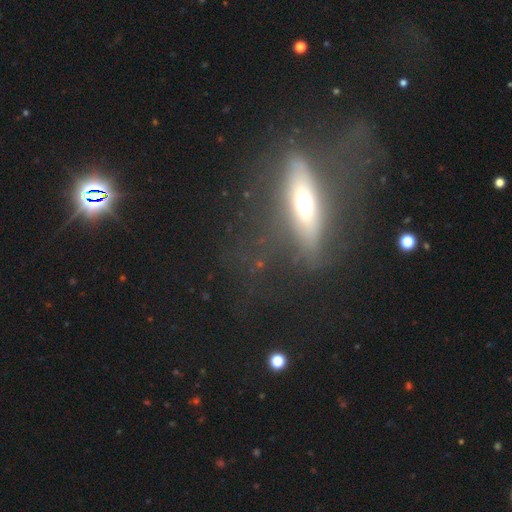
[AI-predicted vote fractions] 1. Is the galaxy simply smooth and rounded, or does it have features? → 64% featured or disk, 24% smooth, 12% star or artifact.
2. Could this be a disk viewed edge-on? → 78% yes, 22% no.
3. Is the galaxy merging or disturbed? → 57% none, 22% major disturbance, 18% minor disturbance, 3% merger.